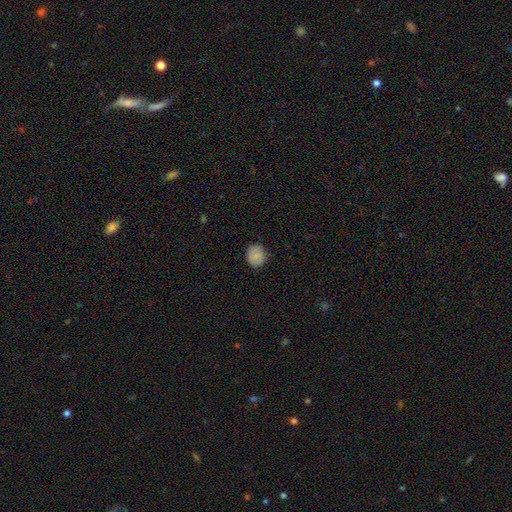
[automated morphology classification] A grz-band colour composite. It shows a smooth galaxy with no disk features (82%) that is round (77%). Merging: none (85%).